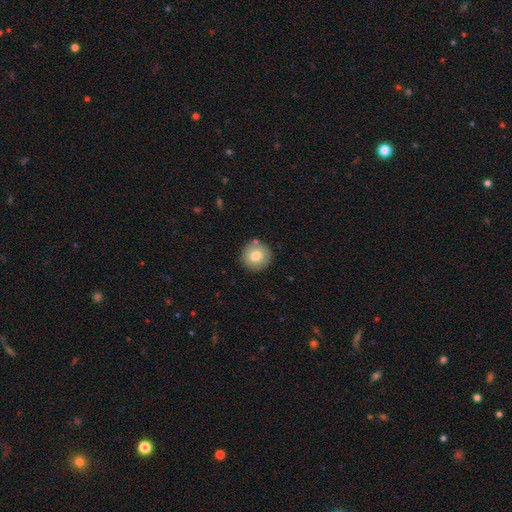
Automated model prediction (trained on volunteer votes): smooth 76%, featured or disk 15%, star or artifact 9%. Down the decision tree: how rounded — round (95%); merging — none (84%).